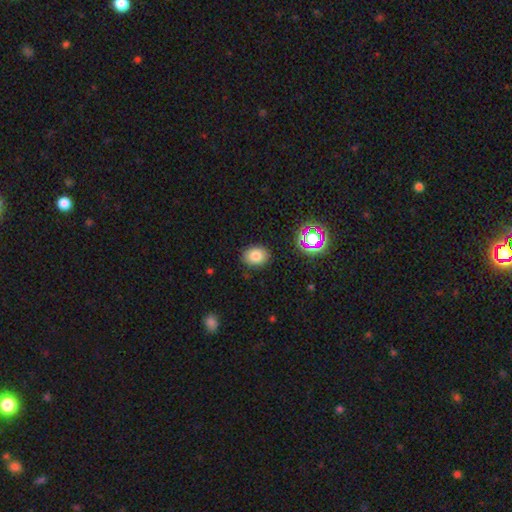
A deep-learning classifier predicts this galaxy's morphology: smooth 79%, star or artifact 13%, featured or disk 8%. Down the decision tree: how rounded — in between (59%); merging — none (85%).